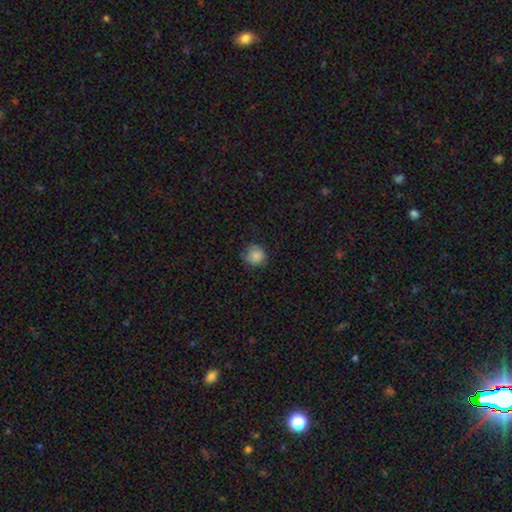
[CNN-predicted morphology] Smooth or featured?
  - smooth: 85% *
  - star or artifact: 10%
  - featured or disk: 5%
How rounded?
  - round: 89% *
  - in between: 10%
  - cigar-shaped: 1%
Merging?
  - none: 74% *
  - minor disturbance: 21%
  - major disturbance: 4%
  - merger: 1%